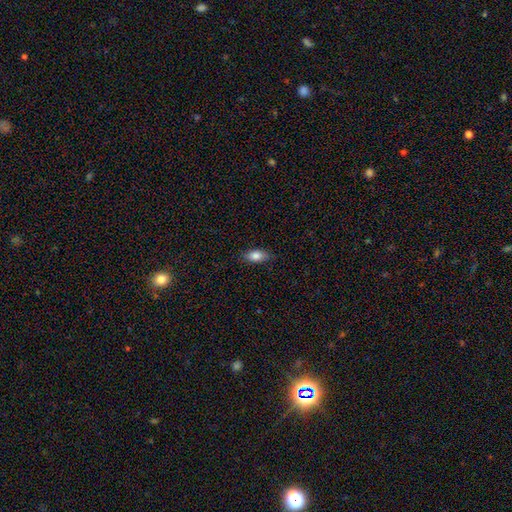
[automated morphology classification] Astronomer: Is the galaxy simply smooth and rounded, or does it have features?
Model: smooth — 82%.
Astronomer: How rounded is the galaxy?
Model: in between — 86%.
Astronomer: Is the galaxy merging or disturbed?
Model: none — 84%.